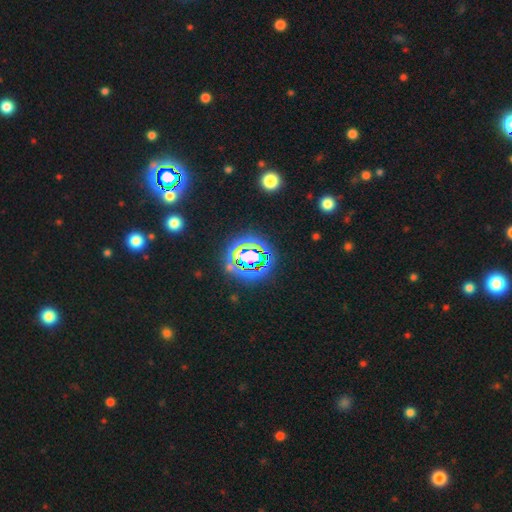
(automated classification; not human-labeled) The model was most divided on "smooth or featured": star or artifact: 65%, smooth: 21%, featured or disk: 14%.